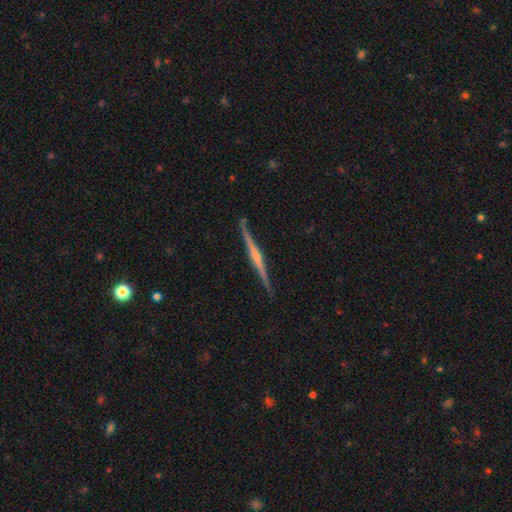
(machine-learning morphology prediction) Smooth or featured?
  - featured or disk: 81% *
  - smooth: 13%
  - star or artifact: 6%
Edge-on disk?
  - yes: 98% *
  - no: 2%
Edge-on bulge?
  - rounded: 71% *
  - none: 18%
  - boxy: 11%
Merging?
  - none: 91% *
  - minor disturbance: 6%
  - major disturbance: 1%
  - merger: 1%